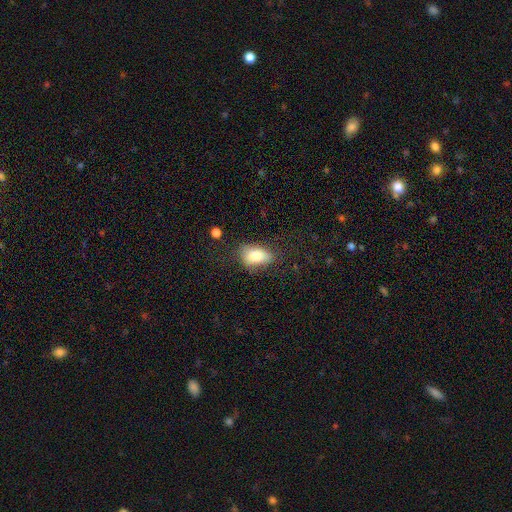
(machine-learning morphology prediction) Smooth or featured?
  - smooth: 79% *
  - featured or disk: 13%
  - star or artifact: 8%
How rounded?
  - in between: 88% *
  - round: 10%
  - cigar-shaped: 2%
Merging?
  - none: 62% *
  - minor disturbance: 26%
  - major disturbance: 10%
  - merger: 3%